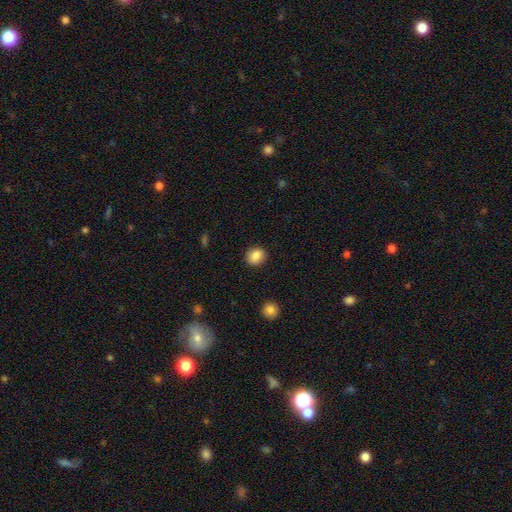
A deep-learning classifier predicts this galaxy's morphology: Smooth or featured? Predicted: smooth (p=0.87). How rounded? Predicted: round (p=0.73). Merging? Predicted: none (p=0.90).